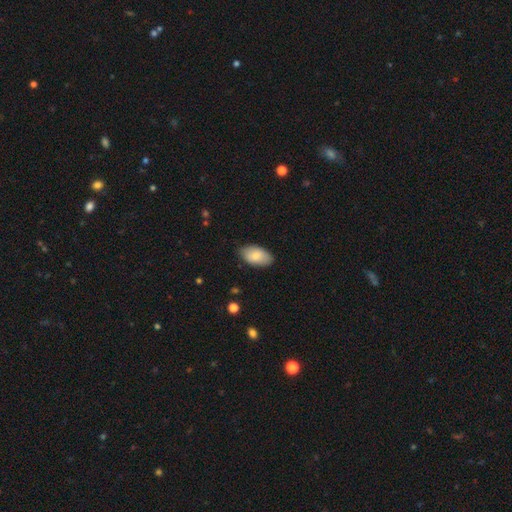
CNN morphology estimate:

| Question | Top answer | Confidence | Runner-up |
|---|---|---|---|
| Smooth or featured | smooth | 82% | featured or disk (12%) |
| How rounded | in between | 95% | round (4%) |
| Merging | none | 82% | minor disturbance (15%) |